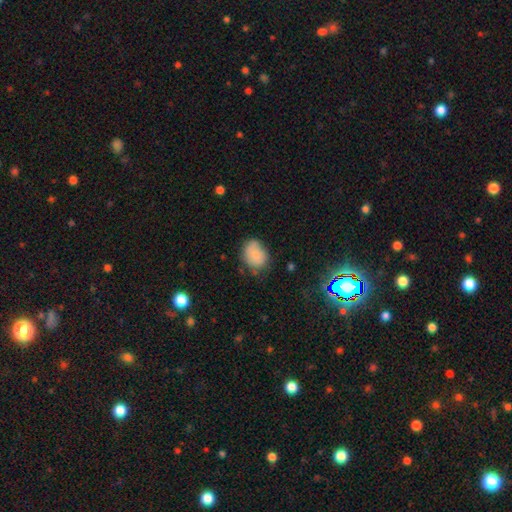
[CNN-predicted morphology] smooth_or_featured: smooth (p=0.79) [alt: featured or disk p=0.12]
how_rounded: in between (p=0.54) [alt: round p=0.45]
merging: none (p=0.59) [alt: minor disturbance p=0.29]